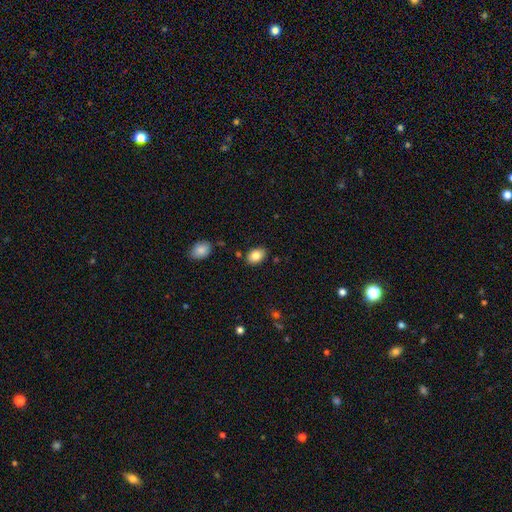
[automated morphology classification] Smooth or featured? smooth (84%)
How rounded? in between (83%)
Merging? none (84%)